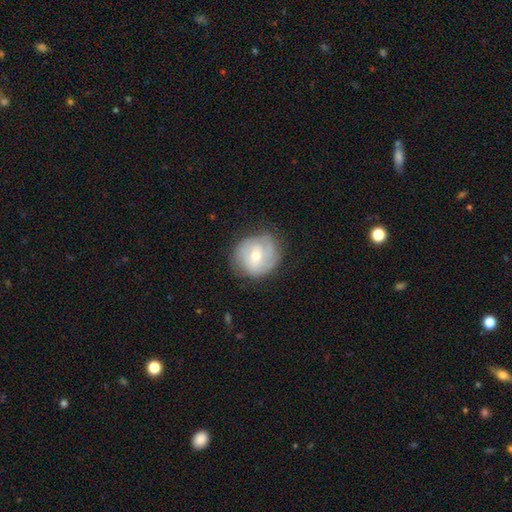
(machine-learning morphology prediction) Smooth or featured: featured or disk — 49% (smooth — 43%)
Merging: none — 68% (minor disturbance — 22%)